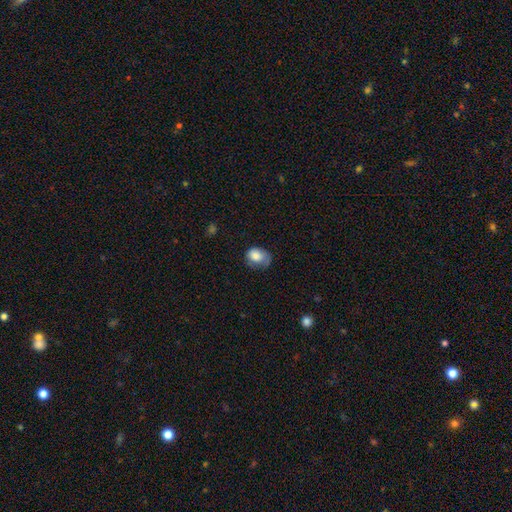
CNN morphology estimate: Smooth or featured? smooth (79%)
How rounded? in between (63%)
Merging? none (41%)